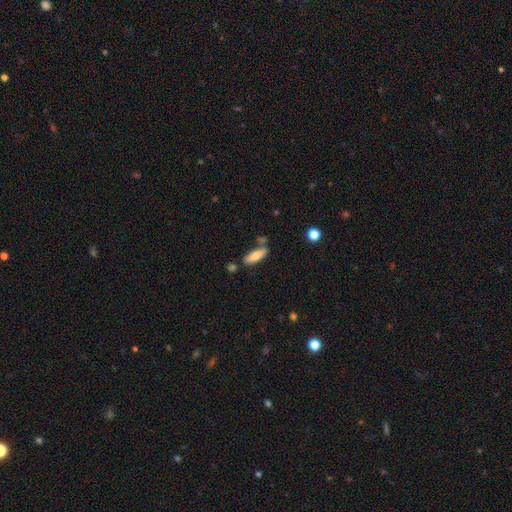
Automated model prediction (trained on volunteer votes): smooth 76%, featured or disk 18%, star or artifact 6%. Down the decision tree: how rounded — cigar-shaped (54%); merging — none (73%).